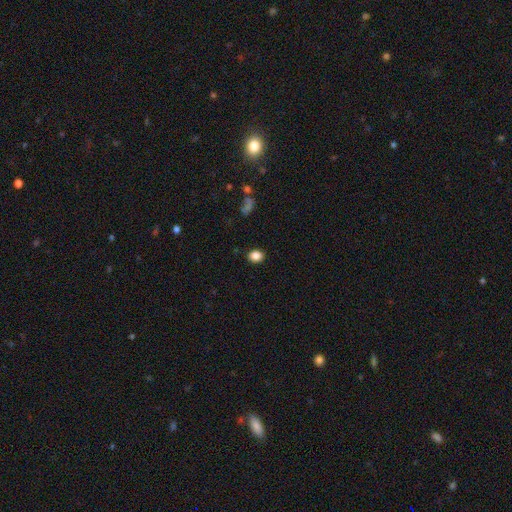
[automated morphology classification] Smooth or featured? Predicted: smooth (p=0.85). How rounded? Predicted: round (p=0.50). Merging? Predicted: none (p=0.88).